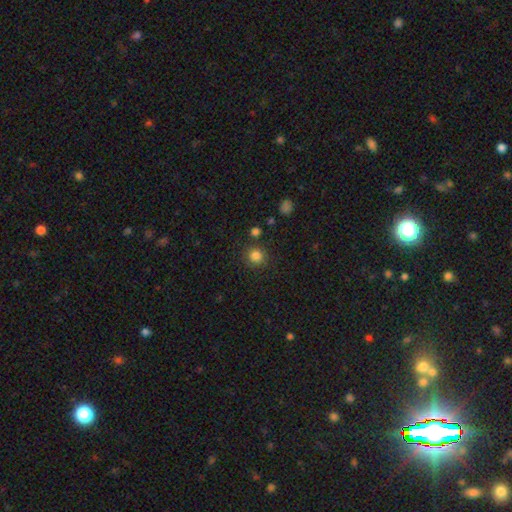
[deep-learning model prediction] Smooth or featured? smooth (83%)
How rounded? round (91%)
Merging? none (85%)